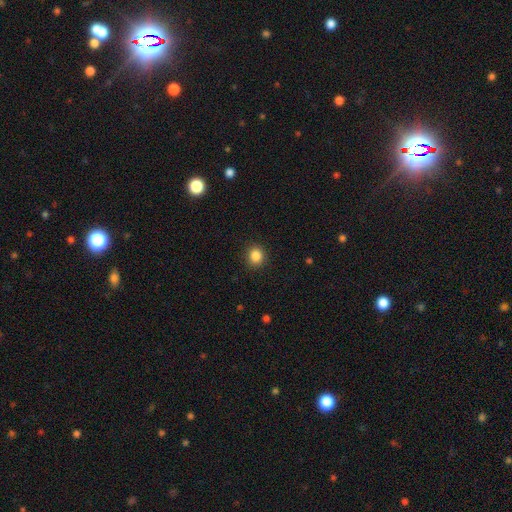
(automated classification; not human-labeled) This appears to be a smooth galaxy with no disk features (86%) that is round (79%). Merging: none (90%).